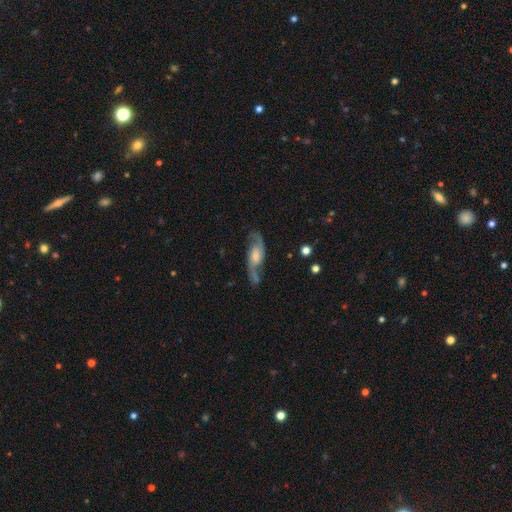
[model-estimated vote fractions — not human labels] Smooth or featured?
  - featured or disk: 84% *
  - smooth: 11%
  - star or artifact: 6%
Edge-on disk?
  - no: 92% *
  - yes: 8%
Bar?
  - no: 49% *
  - weak: 41%
  - strong: 11%
Spiral arms?
  - yes: 96% *
  - no: 4%
Spiral winding?
  - loose: 56% *
  - medium: 35%
  - tight: 9%
Spiral arm count?
  - 2: 91% *
  - can't tell: 3%
  - 1: 3%
  - 3: 1%
  - 4: 1%
  - more than 4: 1%
Bulge size?
  - moderate: 43% *
  - small: 32%
  - large: 13%
  - none: 10%
  - dominant: 2%
Merging?
  - none: 68% *
  - minor disturbance: 17%
  - major disturbance: 10%
  - merger: 4%